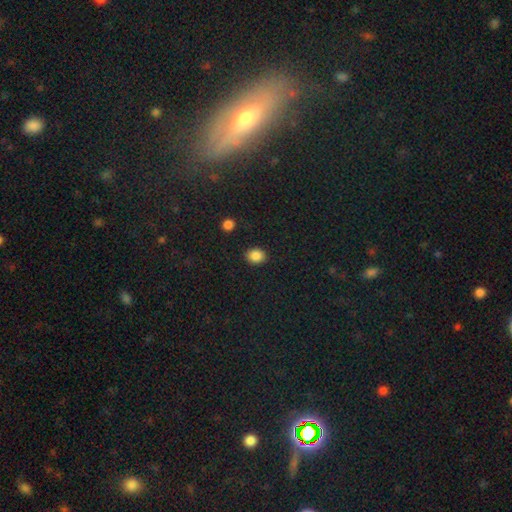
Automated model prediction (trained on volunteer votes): Smooth or featured?
  - smooth: 86% *
  - star or artifact: 10%
  - featured or disk: 4%
How rounded?
  - round: 58% *
  - in between: 41%
  - cigar-shaped: 1%
Merging?
  - none: 88% *
  - minor disturbance: 8%
  - major disturbance: 2%
  - merger: 2%